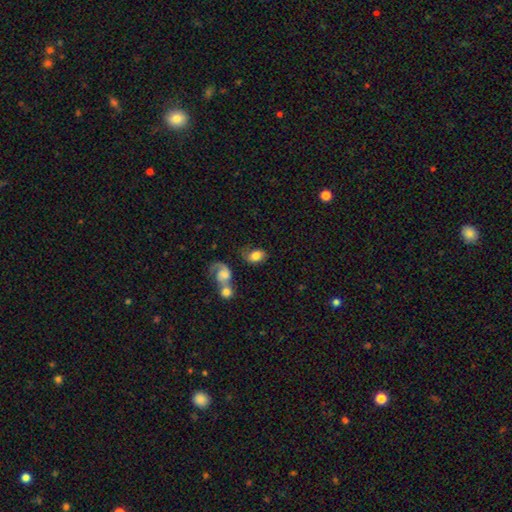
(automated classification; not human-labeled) A smooth galaxy with no disk features (67%) that is in between round and cigar-shaped (76%).

Vote fractions:
- Smooth or featured? smooth: 67% / featured or disk: 24% / star or artifact: 9%
- How rounded? in between: 76% / round: 22% / cigar-shaped: 1%
- Merging? none: 44% / merger: 22% / minor disturbance: 18% / major disturbance: 15%